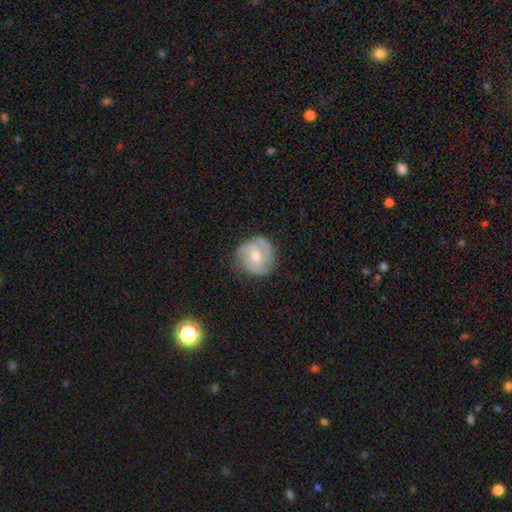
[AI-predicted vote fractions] Morphology: type=featured or disk (65%); edge-on=no (97%); bar=no (66%); spiral arms=yes (88%); winding=tight (48%); arm count=3 (37%); bulge=moderate (70%); merging=none (74%).